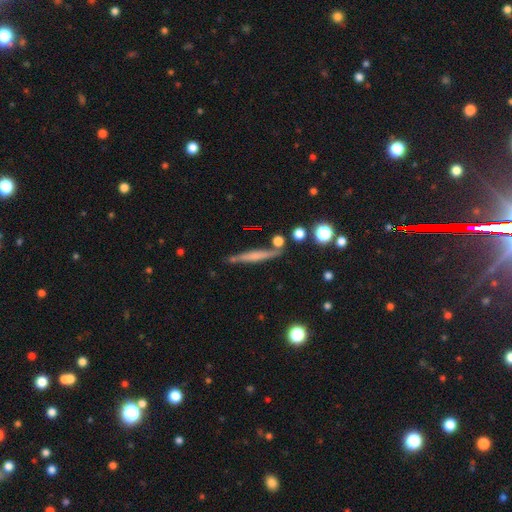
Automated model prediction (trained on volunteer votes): The model was most divided on "smooth or featured": featured or disk: 51%, smooth: 40%, star or artifact: 8%. More confident: edge-on disk — yes (95%); merging — none (79%).